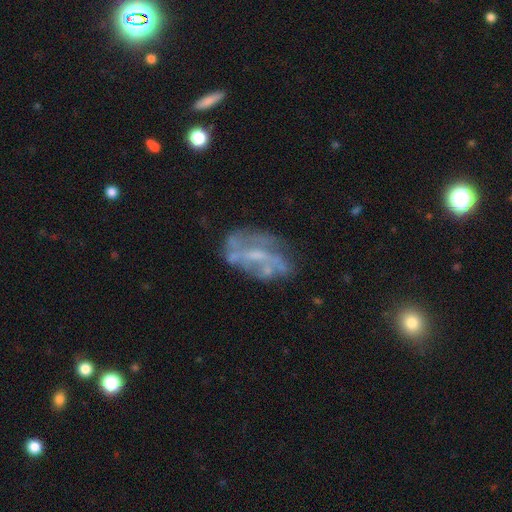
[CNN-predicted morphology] This is likely a featured or disk galaxy (73%). It is clearly not viewed edge-on (94%). Bar: possibly no (45%). Spiral arm pattern: likely yes (61%). Central bulge: possibly small (45%). Merging: possibly none (54%).